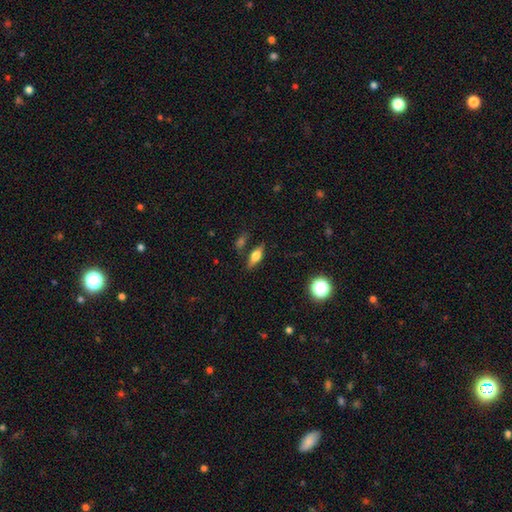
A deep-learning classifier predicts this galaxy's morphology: Smooth or featured?
  - smooth: 56% *
  - featured or disk: 35%
  - star or artifact: 10%
How rounded?
  - in between: 67% *
  - cigar-shaped: 27%
  - round: 6%
Merging?
  - none: 75% *
  - minor disturbance: 14%
  - merger: 6%
  - major disturbance: 4%